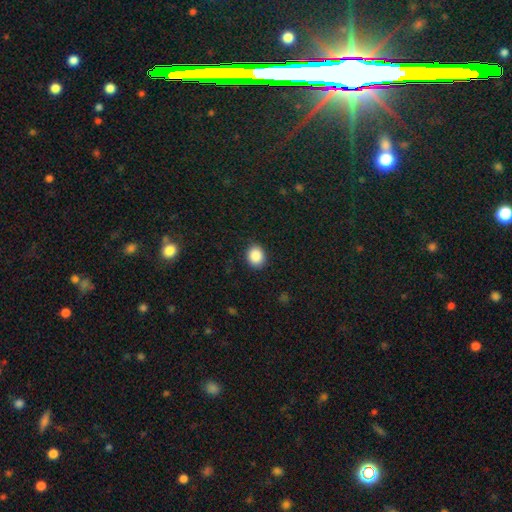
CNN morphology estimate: smooth_or_featured: smooth (p=0.89) [alt: star or artifact p=0.08]
how_rounded: round (p=0.60) [alt: in between p=0.39]
merging: none (p=0.89) [alt: minor disturbance p=0.08]